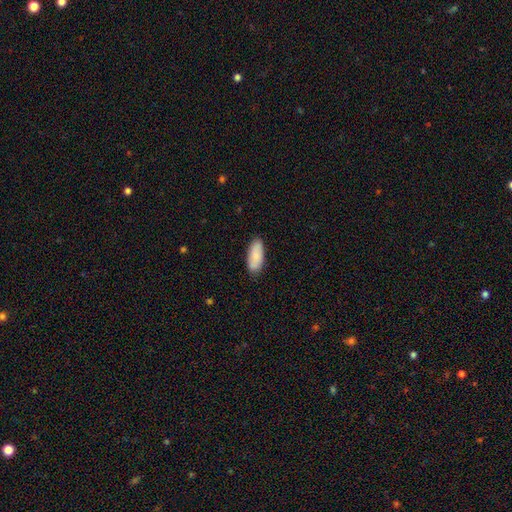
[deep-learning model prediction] Smooth or featured? Predicted: smooth (p=0.86). How rounded? Predicted: in between (p=0.83). Merging? Predicted: none (p=0.87).